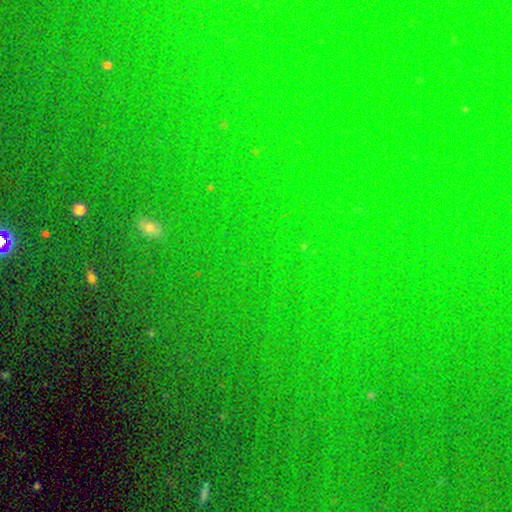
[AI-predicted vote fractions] Smooth or featured: star or artifact — 78% (smooth — 14%)